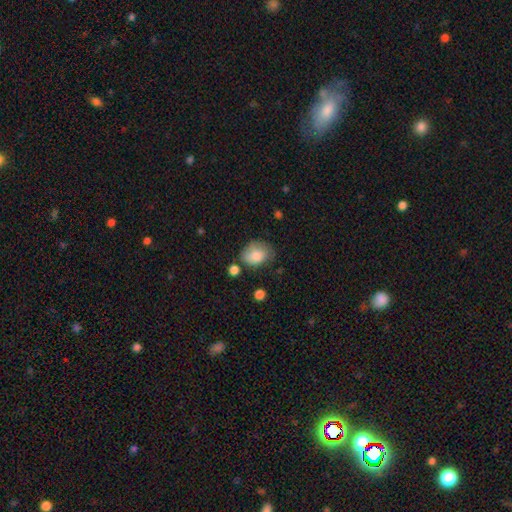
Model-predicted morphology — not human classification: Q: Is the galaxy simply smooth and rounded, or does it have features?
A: smooth — 76%.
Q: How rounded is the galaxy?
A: in between — 66%.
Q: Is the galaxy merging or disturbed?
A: none — 55%.